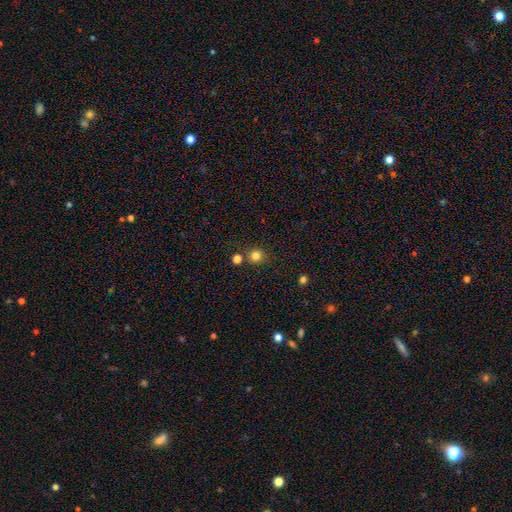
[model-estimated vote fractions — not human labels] smooth-or-featured: smooth: 81% | star or artifact: 14% | featured or disk: 5%
  how-rounded: round: 91% | in between: 8% | cigar-shaped: 1%
  merging: none: 80% | merger: 9% | minor disturbance: 8% | major disturbance: 3%